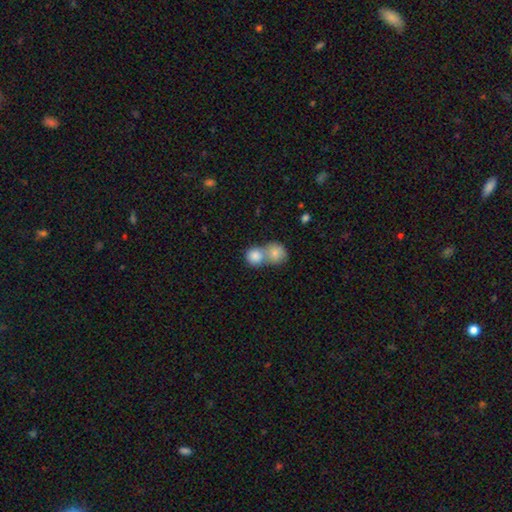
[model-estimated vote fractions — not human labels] Overall: smooth (82%). How rounded: round (82%). Merging: merger (63%; none 30%).